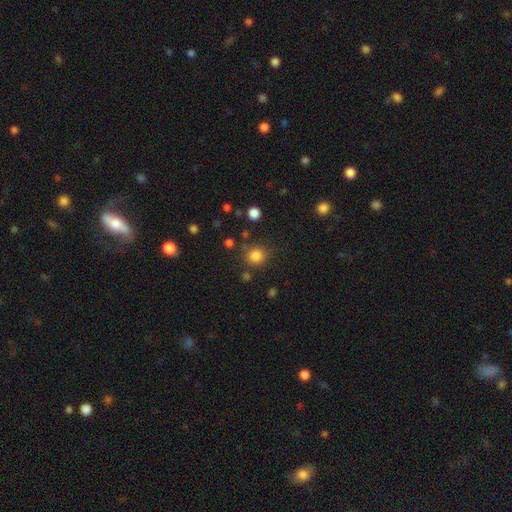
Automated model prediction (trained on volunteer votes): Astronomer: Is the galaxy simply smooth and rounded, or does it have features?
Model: smooth — 83%.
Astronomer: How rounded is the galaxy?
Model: round — 88%.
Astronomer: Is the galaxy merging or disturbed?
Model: none — 80%.